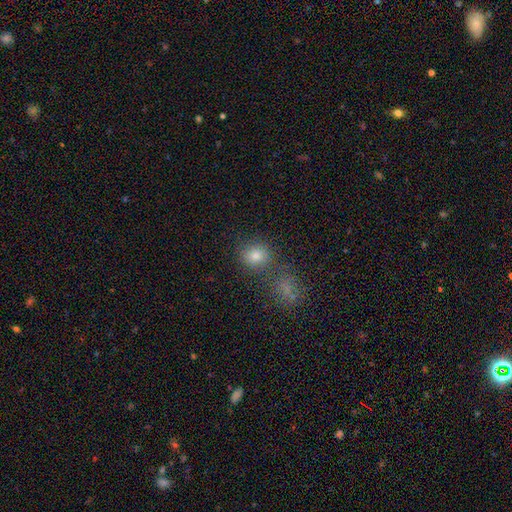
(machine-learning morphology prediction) This appears to be a smooth galaxy with no disk features (75%) that is round (78%). Merging: none (67%).